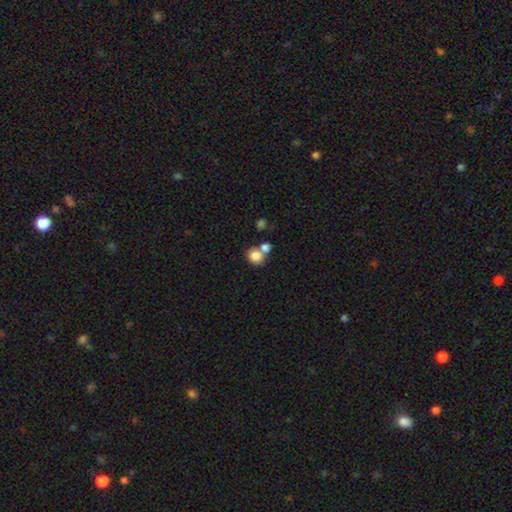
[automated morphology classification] The model was most divided on "merging": none: 47%, merger: 41%, minor disturbance: 8%, major disturbance: 3%. More confident: smooth or featured — smooth (82%); how rounded — round (78%).